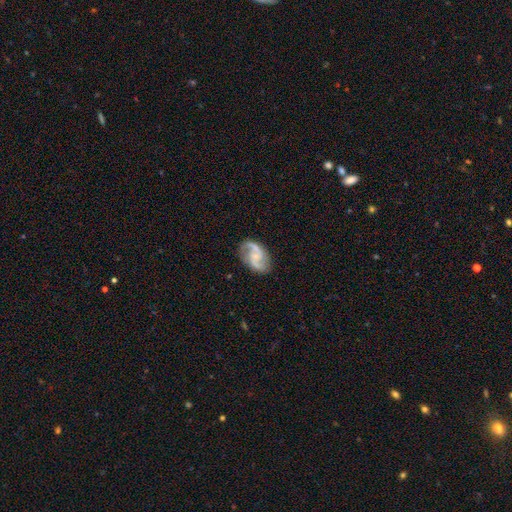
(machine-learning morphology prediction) A featured or disk galaxy (87%) with no bar (50%), 2 (92%) medium (53%) spiral arms (97%) and a small central bulge (62%). Merging: none (81%).